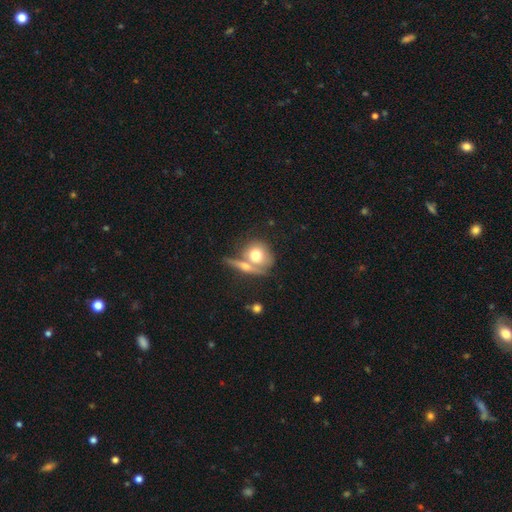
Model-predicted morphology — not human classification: smooth_or_featured: smooth (p=0.68) [alt: featured or disk p=0.25]
how_rounded: round (p=0.73) [alt: in between p=0.24]
merging: merger (p=0.43) [alt: none p=0.39]